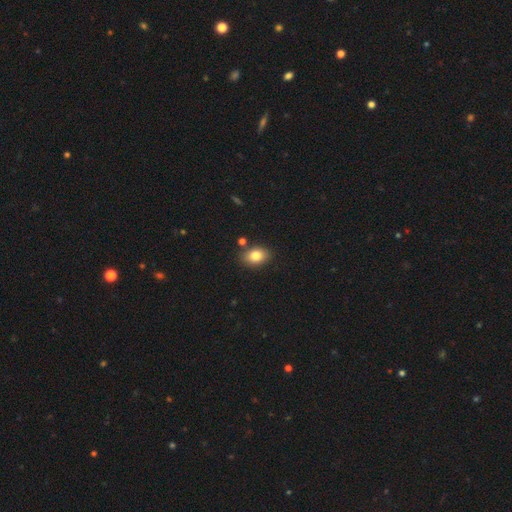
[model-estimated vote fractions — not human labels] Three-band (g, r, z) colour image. It shows a smooth galaxy with no disk features (82%) that is in between round and cigar-shaped (77%). Merging: none (81%).